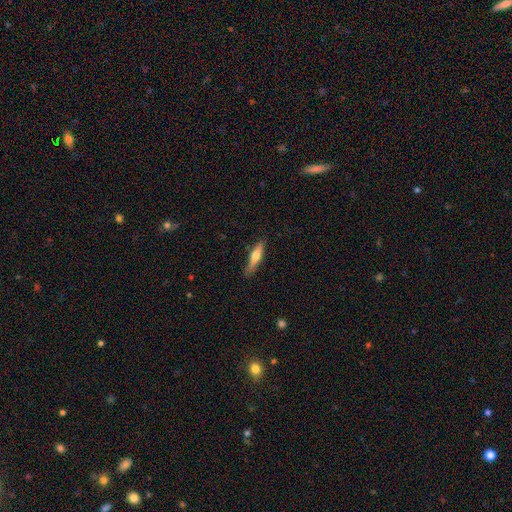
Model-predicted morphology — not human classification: type=smooth (55%); roundness=cigar-shaped (78%); merging=none (81%).